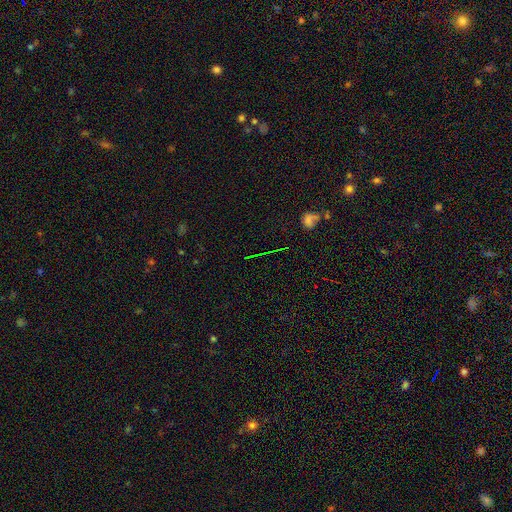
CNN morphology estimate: smooth_or_featured: star or artifact (p=0.72) [alt: smooth p=0.15]